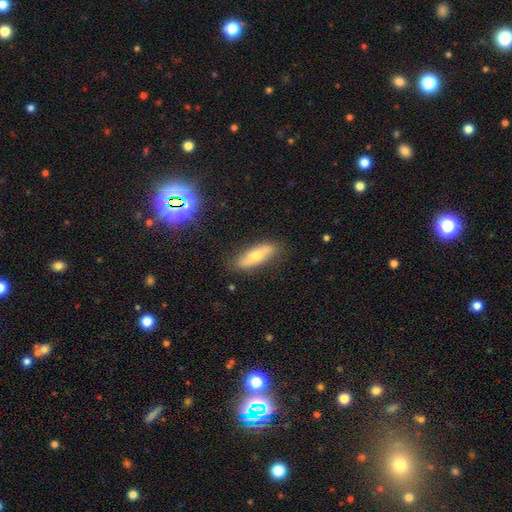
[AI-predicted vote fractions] Morphology: type=smooth (61%); roundness=cigar-shaped (50%); merging=none (81%).